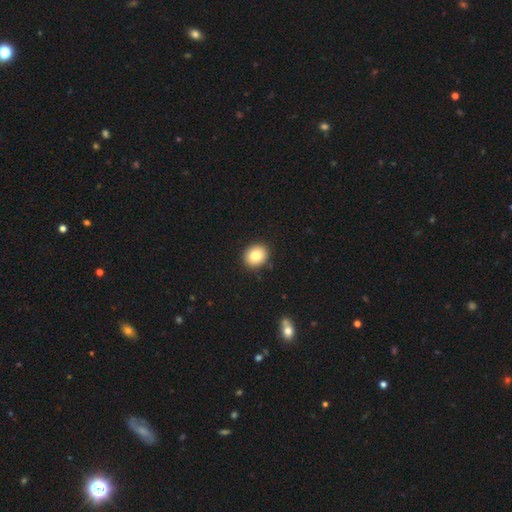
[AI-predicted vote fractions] A smooth galaxy with no disk features (80%) that is round (73%).

Vote fractions:
- Smooth or featured? smooth: 80% / featured or disk: 11% / star or artifact: 10%
- How rounded? round: 73% / in between: 26% / cigar-shaped: 1%
- Merging? none: 90% / minor disturbance: 7% / major disturbance: 2% / merger: 1%